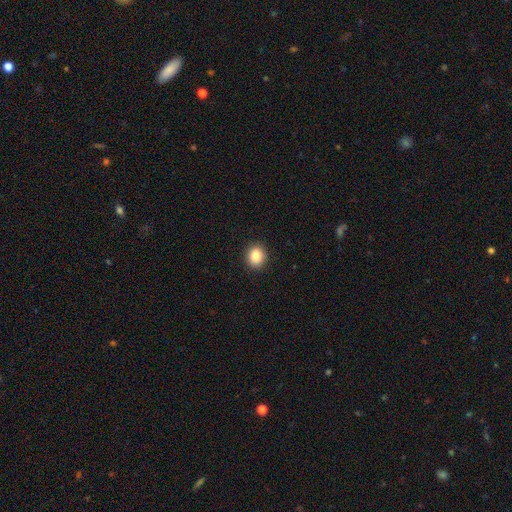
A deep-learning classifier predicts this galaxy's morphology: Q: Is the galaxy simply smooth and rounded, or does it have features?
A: smooth — 86%.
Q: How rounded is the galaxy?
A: round — 69%.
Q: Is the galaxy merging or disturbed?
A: none — 91%.